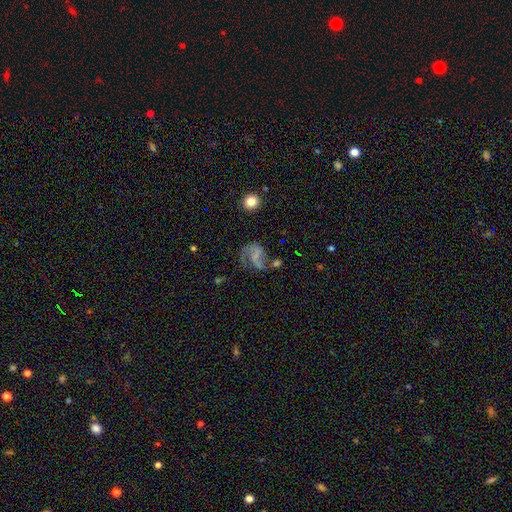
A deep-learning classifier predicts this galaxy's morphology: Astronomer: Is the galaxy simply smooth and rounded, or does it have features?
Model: featured or disk — 69%.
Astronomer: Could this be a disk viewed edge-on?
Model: no — 98%.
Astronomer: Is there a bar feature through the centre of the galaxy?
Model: no — 47% (runner-up: weak, 37%).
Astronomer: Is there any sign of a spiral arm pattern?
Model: yes — 86%.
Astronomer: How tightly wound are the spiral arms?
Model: loose — 53% (runner-up: medium, 37%).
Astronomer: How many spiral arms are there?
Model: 2 — 68%.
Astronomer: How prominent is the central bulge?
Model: none — 53% (runner-up: small, 33%).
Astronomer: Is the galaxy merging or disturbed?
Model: none — 40% (runner-up: major disturbance, 33%).